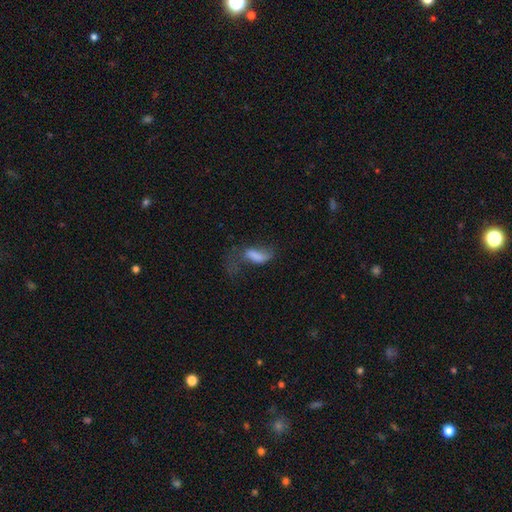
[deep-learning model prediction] Smooth or featured? smooth (62%)
How rounded? in between (77%)
Merging? major disturbance (53%)